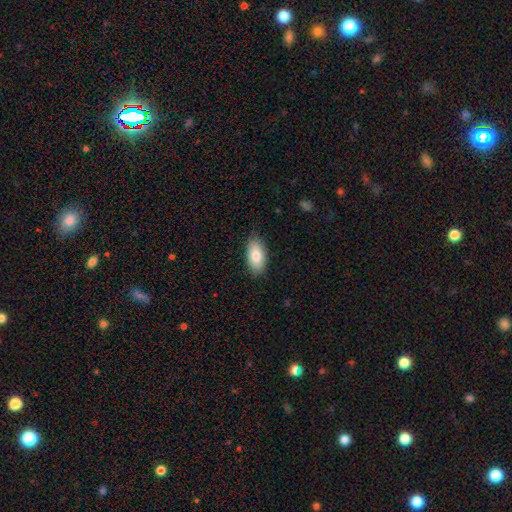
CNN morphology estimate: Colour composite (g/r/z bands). It shows a smooth galaxy with no disk features (81%) that is in between round and cigar-shaped (92%). Merging: none (85%).